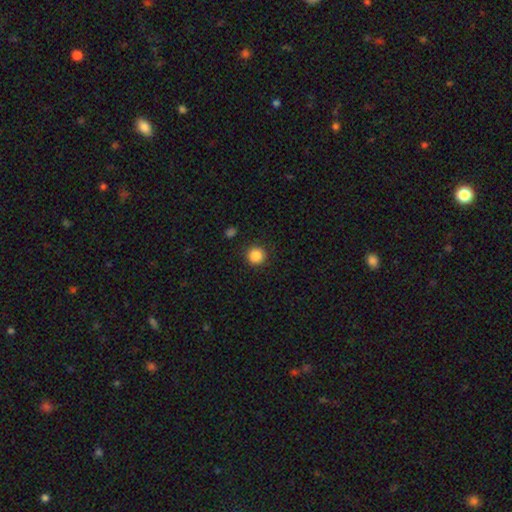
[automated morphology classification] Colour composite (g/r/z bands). It shows a smooth galaxy with no disk features (87%) that is round (94%). Merging: none (90%).